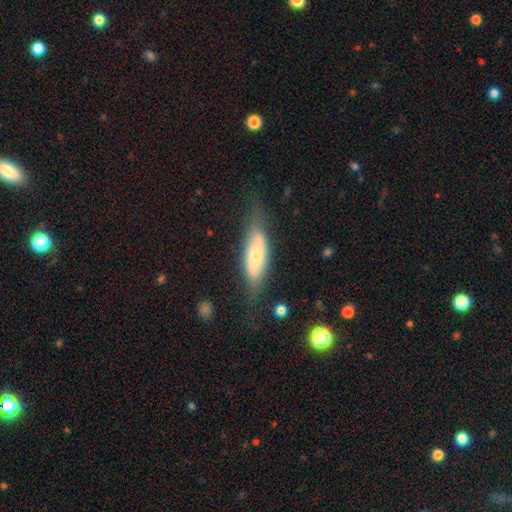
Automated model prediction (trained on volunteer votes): This is possibly a smooth galaxy (57%). How rounded: possibly in between (56%). Merging: possibly none (59%).